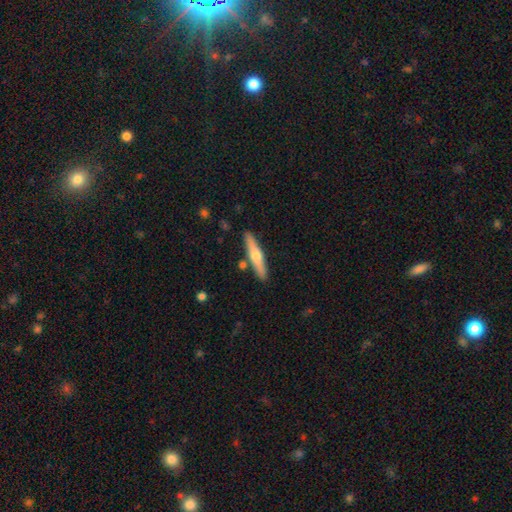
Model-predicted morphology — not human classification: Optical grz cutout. It shows a featured or disk galaxy (51%) viewed edge-on (94%). Merging: none (87%).